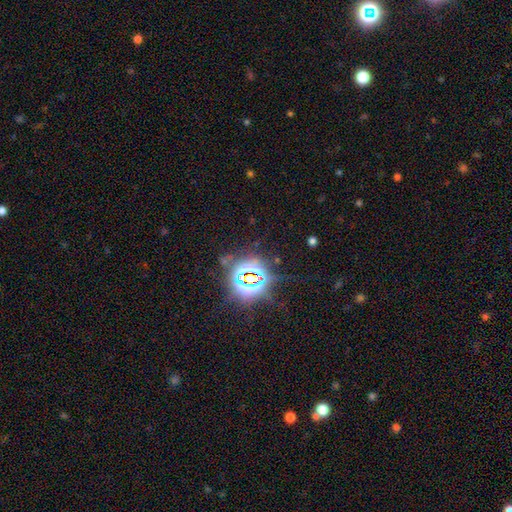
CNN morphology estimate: smooth-or-featured: star or artifact: 83% | smooth: 10% | featured or disk: 7%